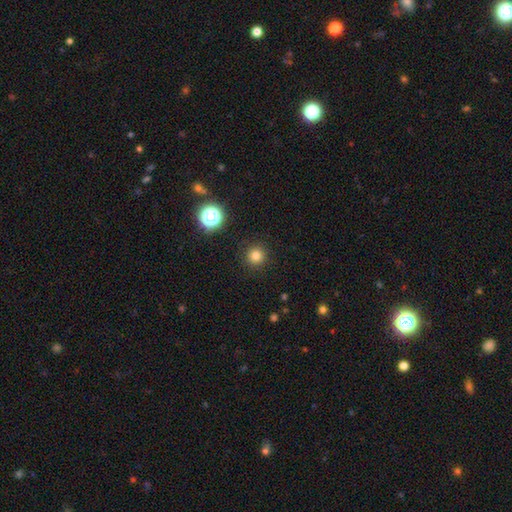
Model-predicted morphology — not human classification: Smooth or featured: smooth — 80% (star or artifact — 15%)
How rounded: round — 95% (in between — 4%)
Merging: none — 92% (minor disturbance — 5%)